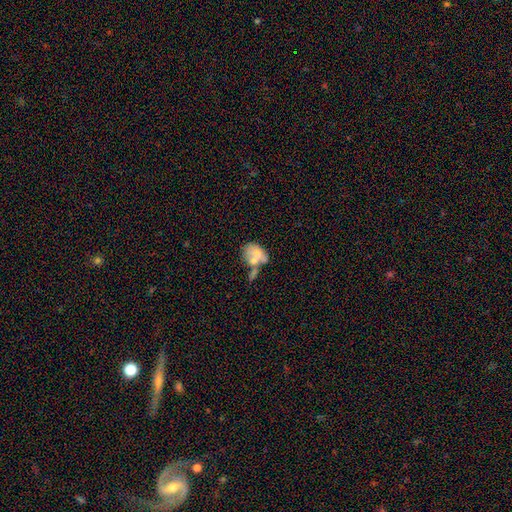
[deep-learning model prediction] A smooth galaxy with no disk features (63%) that is in between round and cigar-shaped (74%).

Vote fractions:
- Smooth or featured? smooth: 63% / featured or disk: 28% / star or artifact: 9%
- How rounded? in between: 74% / round: 24% / cigar-shaped: 2%
- Merging? merger: 48% / none: 23% / minor disturbance: 16% / major disturbance: 13%